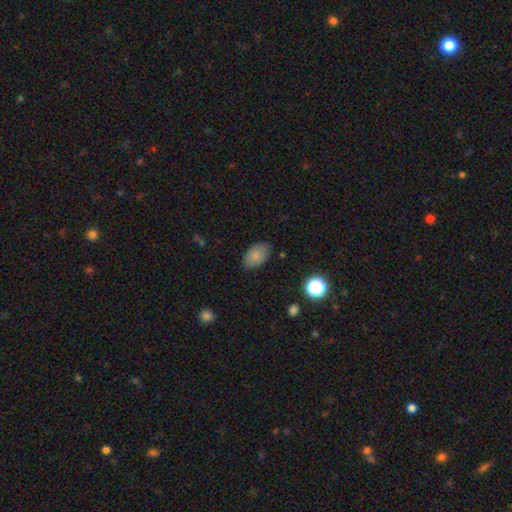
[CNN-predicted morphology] smooth 84%, star or artifact 10%, featured or disk 6%. Down the decision tree: how rounded — in between (90%); merging — none (82%).